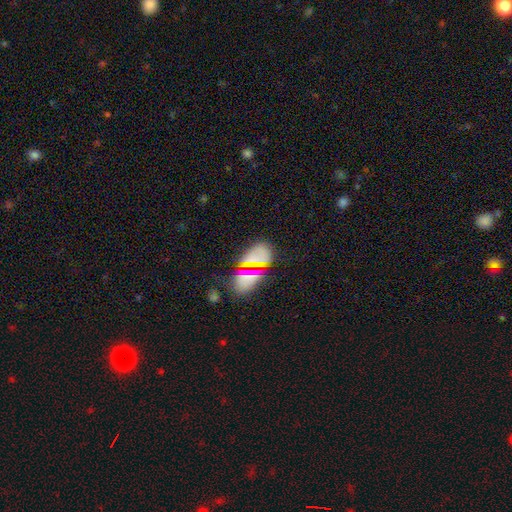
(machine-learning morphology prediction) smooth_or_featured: smooth (p=0.62) [alt: star or artifact p=0.27]
how_rounded: in between (p=0.79) [alt: round p=0.18]
merging: none (p=0.71) [alt: minor disturbance p=0.18]